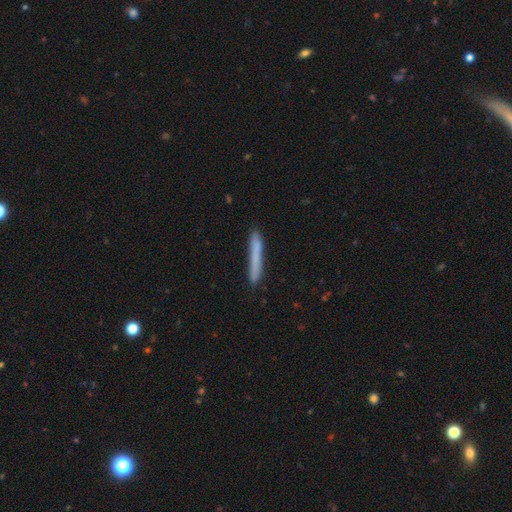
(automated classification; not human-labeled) Q: Smooth or featured?
A: smooth (71%); runner-up: featured or disk (22%)
Q: How rounded?
A: cigar-shaped (97%); runner-up: in between (2%)
Q: Merging?
A: none (87%); runner-up: minor disturbance (9%)